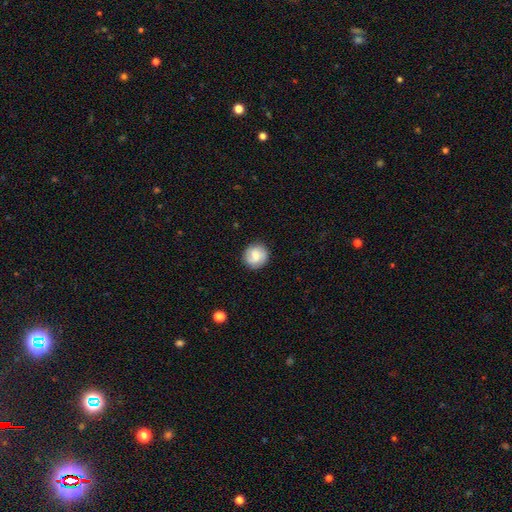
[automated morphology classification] type=smooth (63%); roundness=round (89%); merging=none (86%).